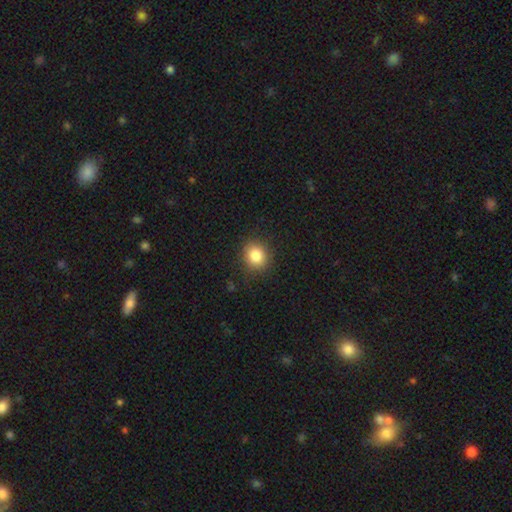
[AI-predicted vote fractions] smooth_or_featured: smooth (p=0.85) [alt: star or artifact p=0.10]
how_rounded: round (p=0.75) [alt: in between p=0.24]
merging: none (p=0.87) [alt: minor disturbance p=0.09]